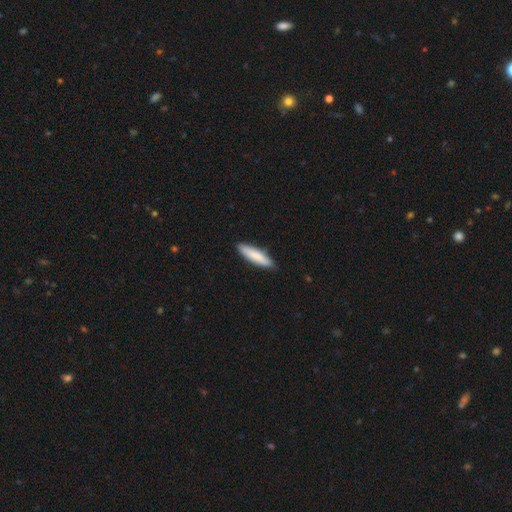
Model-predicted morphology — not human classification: Smooth or featured? Predicted: smooth (p=0.83). How rounded? Predicted: cigar-shaped (p=0.76). Merging? Predicted: none (p=0.88).